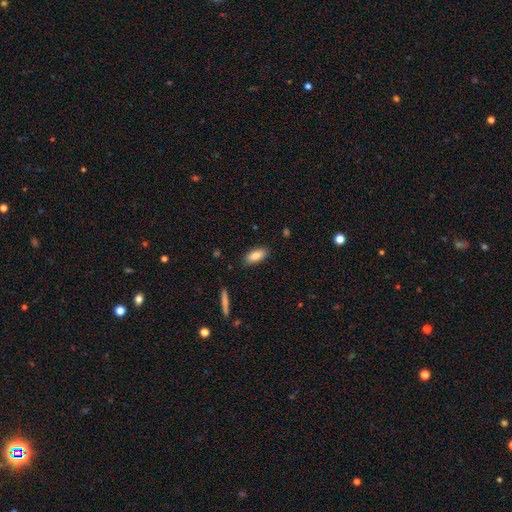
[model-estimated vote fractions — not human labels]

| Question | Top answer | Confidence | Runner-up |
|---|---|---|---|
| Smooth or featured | smooth | 85% | featured or disk (8%) |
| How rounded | in between | 83% | cigar-shaped (14%) |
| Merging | none | 87% | minor disturbance (10%) |